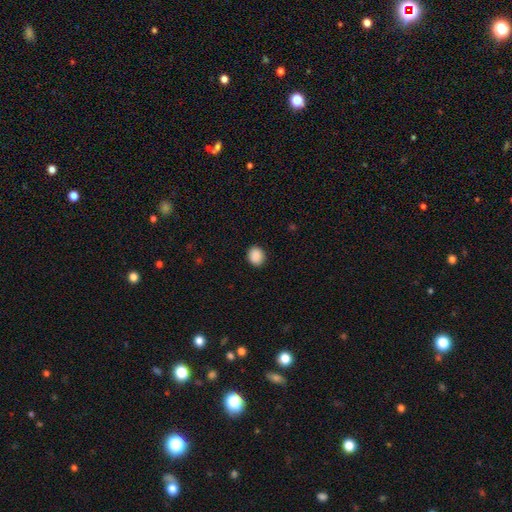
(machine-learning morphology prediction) smooth 90%, star or artifact 8%, featured or disk 2%. Down the decision tree: how rounded — round (62%); merging — none (89%).